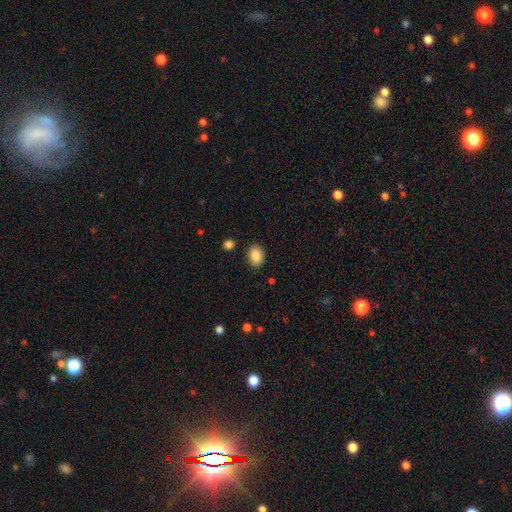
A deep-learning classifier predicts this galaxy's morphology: smooth_or_featured: smooth (p=0.88) [alt: star or artifact p=0.08]
how_rounded: in between (p=0.71) [alt: round p=0.28]
merging: none (p=0.86) [alt: minor disturbance p=0.09]